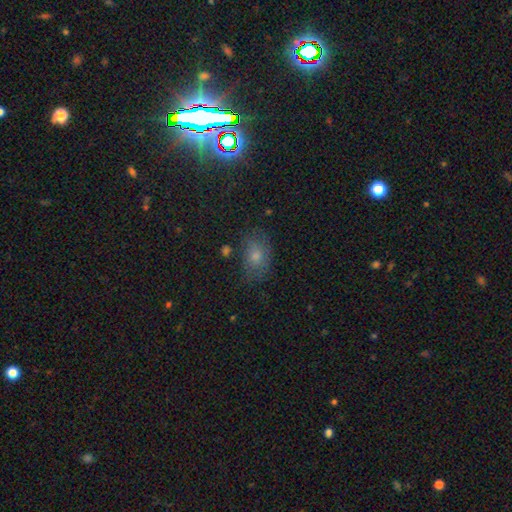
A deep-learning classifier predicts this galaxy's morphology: A smooth galaxy with no disk features (54%) that is in between round and cigar-shaped (71%).

Vote fractions:
- Smooth or featured? smooth: 54% / star or artifact: 29% / featured or disk: 17%
- How rounded? in between: 71% / round: 27% / cigar-shaped: 2%
- Merging? none: 73% / minor disturbance: 18% / major disturbance: 6% / merger: 3%